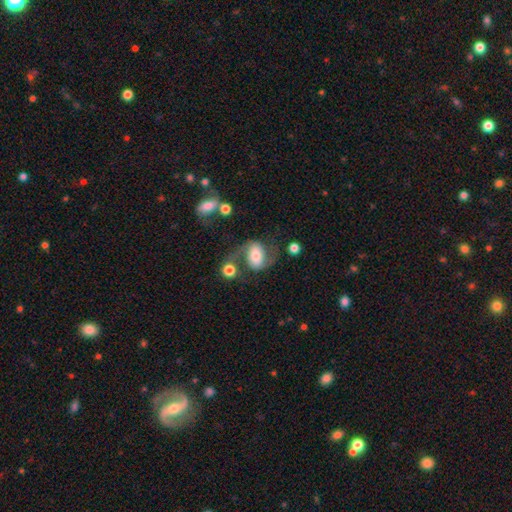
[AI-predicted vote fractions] featured or disk 68%, smooth 25%, star or artifact 7%. Down the decision tree: edge-on disk — no (97%); bar — no (37%); spiral arms — yes (90%); spiral arm count — 2 (91%); spiral winding — loose (45%); bulge size — moderate (53%); merging — none (56%).